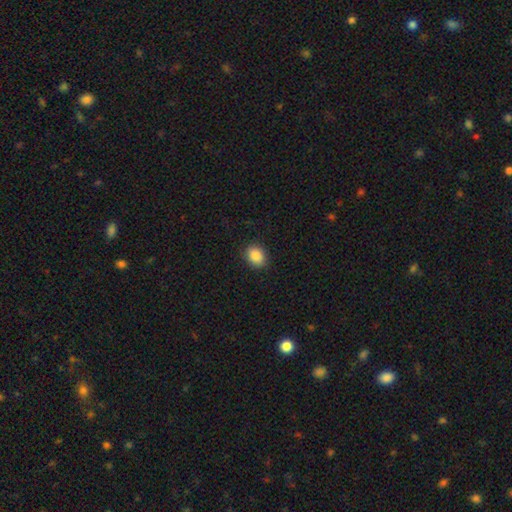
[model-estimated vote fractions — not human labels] Smooth or featured?
  - smooth: 87% *
  - star or artifact: 8%
  - featured or disk: 4%
How rounded?
  - in between: 61% *
  - round: 38%
  - cigar-shaped: 1%
Merging?
  - none: 89% *
  - minor disturbance: 8%
  - major disturbance: 2%
  - merger: 1%